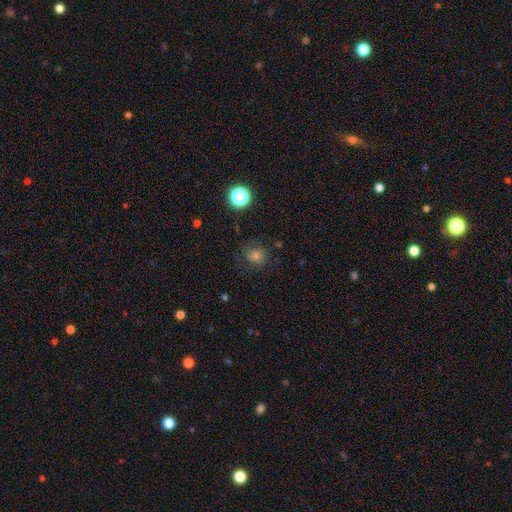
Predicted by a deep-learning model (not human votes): This appears to be a smooth galaxy with no disk features (56%) that is round (79%). Merging: none (71%).